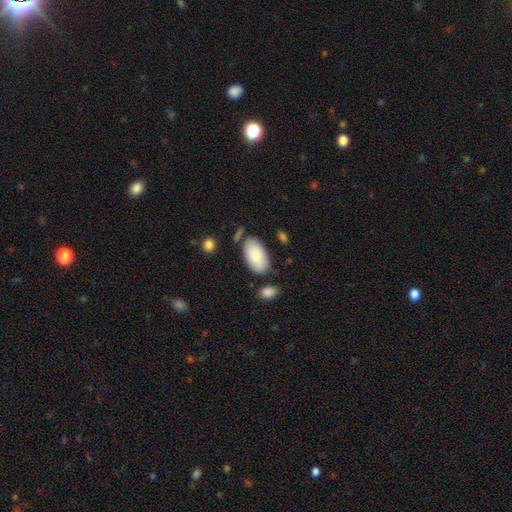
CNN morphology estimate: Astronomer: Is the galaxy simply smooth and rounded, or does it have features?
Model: smooth — 82%.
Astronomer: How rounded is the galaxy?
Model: in between — 96%.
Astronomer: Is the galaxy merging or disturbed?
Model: none — 76%.